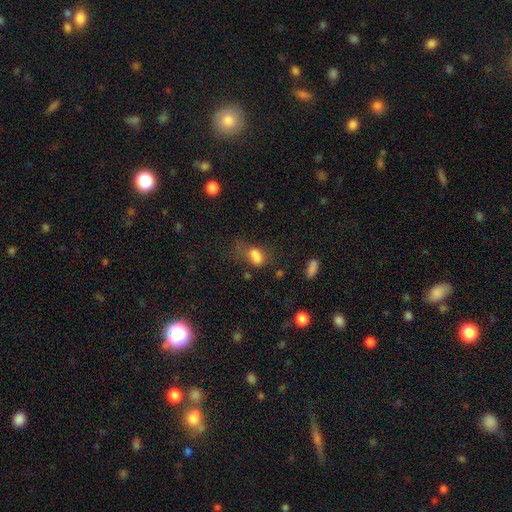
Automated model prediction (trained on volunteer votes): Smooth or featured: smooth — 77% (star or artifact — 13%)
How rounded: in between — 81% (round — 13%)
Merging: none — 36% (major disturbance — 29%)